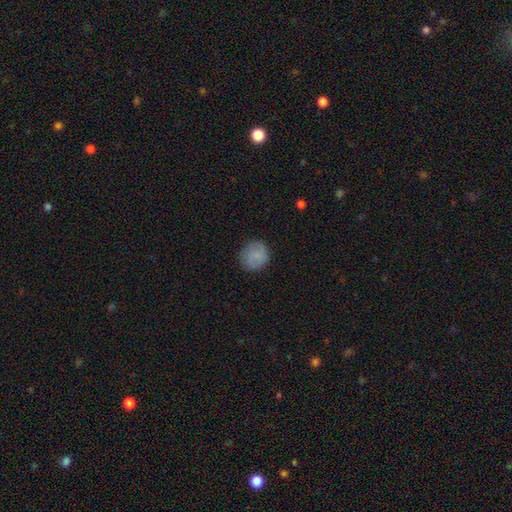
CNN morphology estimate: This is likely a smooth galaxy (77%). How rounded: clearly round (84%). Merging: clearly none (81%).